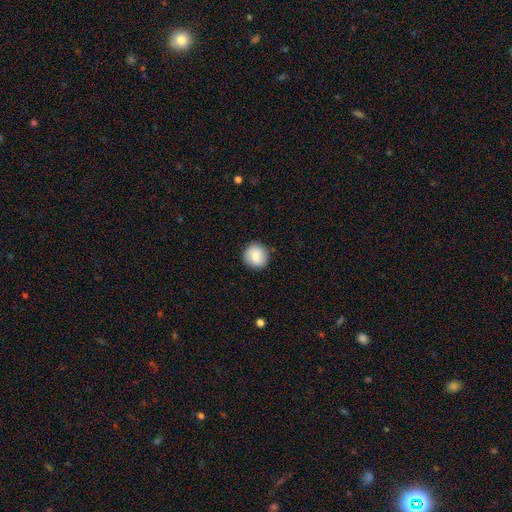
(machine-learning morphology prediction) smooth 83%, featured or disk 10%, star or artifact 7%. Down the decision tree: how rounded — round (92%); merging — none (88%).